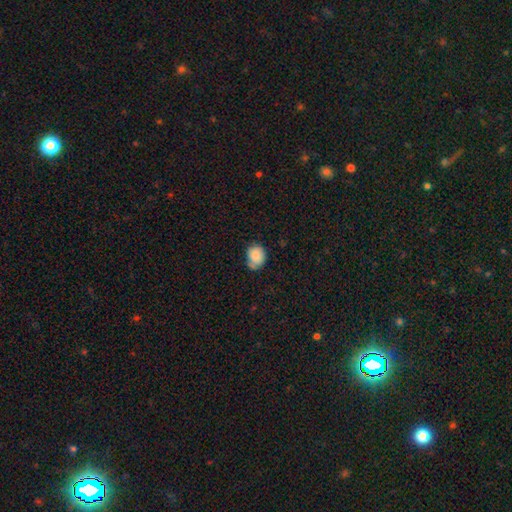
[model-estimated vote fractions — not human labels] Smooth or featured? smooth (85%)
How rounded? round (56%)
Merging? none (57%)